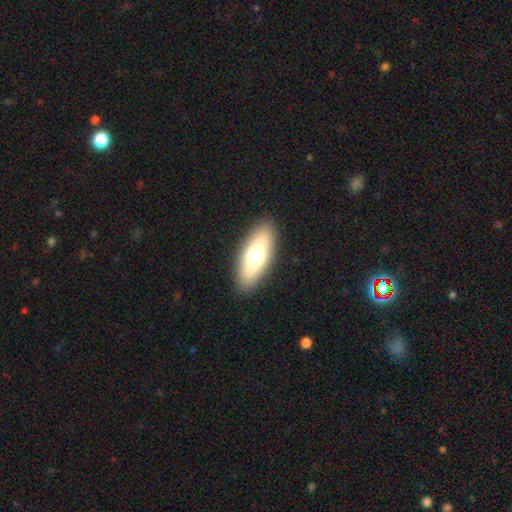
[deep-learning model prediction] Q: Smooth or featured?
A: smooth (61%); runner-up: featured or disk (30%)
Q: How rounded?
A: in between (75%); runner-up: cigar-shaped (19%)
Q: Merging?
A: none (88%); runner-up: minor disturbance (8%)